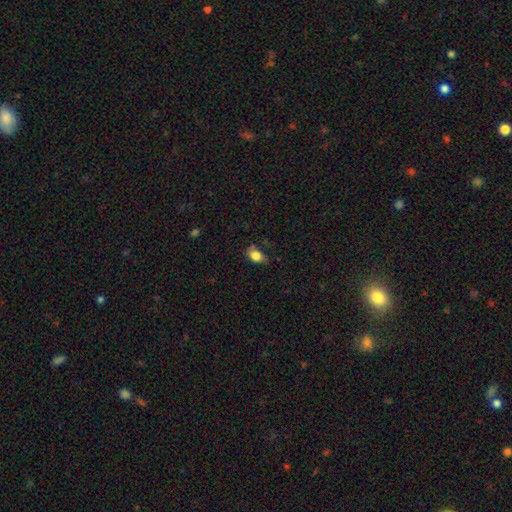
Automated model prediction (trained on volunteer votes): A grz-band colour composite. It shows a smooth galaxy with no disk features (81%) that is in between round and cigar-shaped (81%). Merging: none (56%).